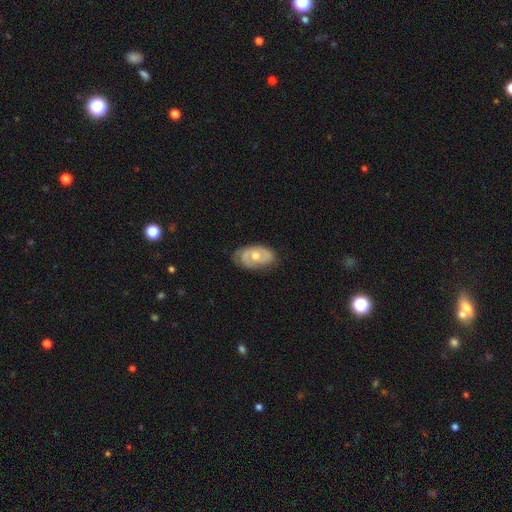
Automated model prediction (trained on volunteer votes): smooth_or_featured: featured or disk (p=0.66) [alt: smooth p=0.28]
disk_edge_on: no (p=0.94) [alt: yes p=0.06]
bar: no (p=0.72) [alt: weak p=0.23]
has_spiral_arms: yes (p=0.78) [alt: no p=0.22]
bulge_size: moderate (p=0.69) [alt: small p=0.25]
merging: none (p=0.69) [alt: minor disturbance p=0.23]